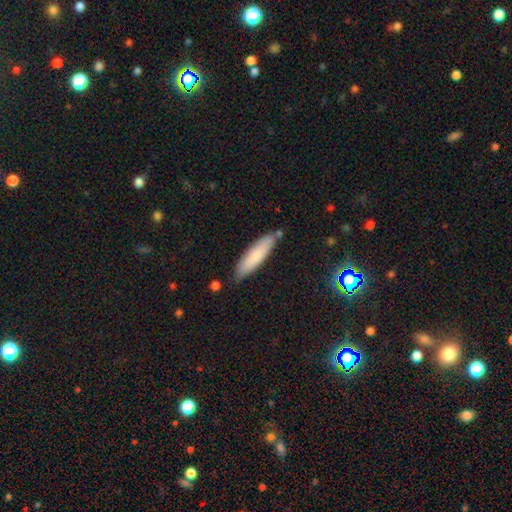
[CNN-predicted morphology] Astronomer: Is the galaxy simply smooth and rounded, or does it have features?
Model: smooth — 79%.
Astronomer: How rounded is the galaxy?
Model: cigar-shaped — 71%.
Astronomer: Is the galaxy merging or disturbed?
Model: none — 79%.